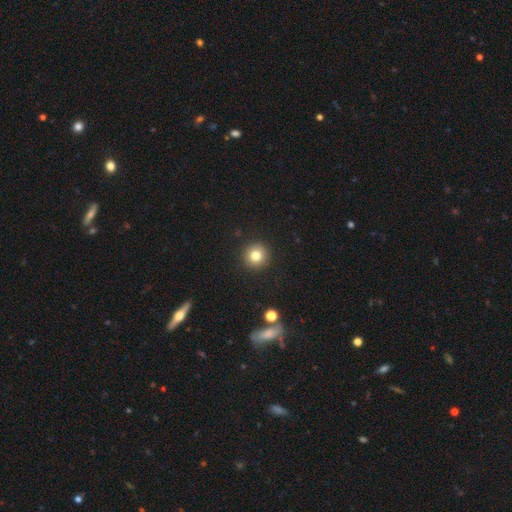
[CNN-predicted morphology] type=smooth (80%); roundness=round (95%); merging=none (91%).